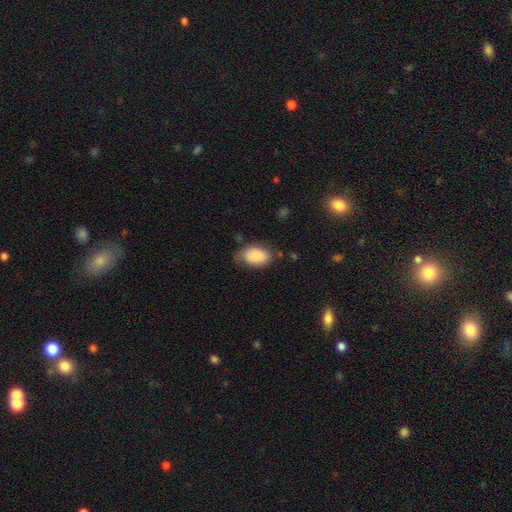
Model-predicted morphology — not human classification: smooth_or_featured: smooth (p=0.87) [alt: star or artifact p=0.06]
how_rounded: in between (p=0.91) [alt: round p=0.08]
merging: none (p=0.67) [alt: minor disturbance p=0.25]